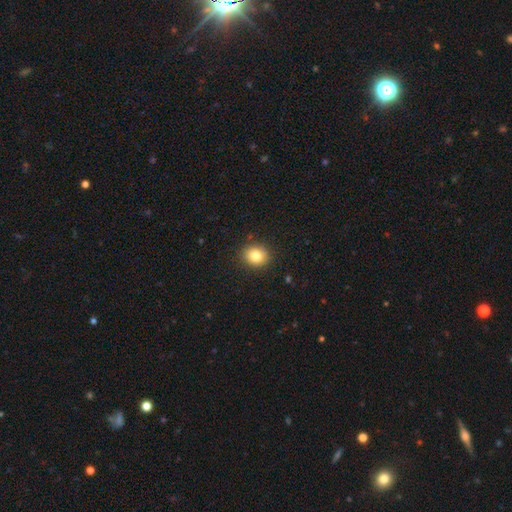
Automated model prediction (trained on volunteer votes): Q: Smooth or featured?
A: smooth (83%); runner-up: star or artifact (10%)
Q: How rounded?
A: round (69%); runner-up: in between (30%)
Q: Merging?
A: none (89%); runner-up: minor disturbance (8%)